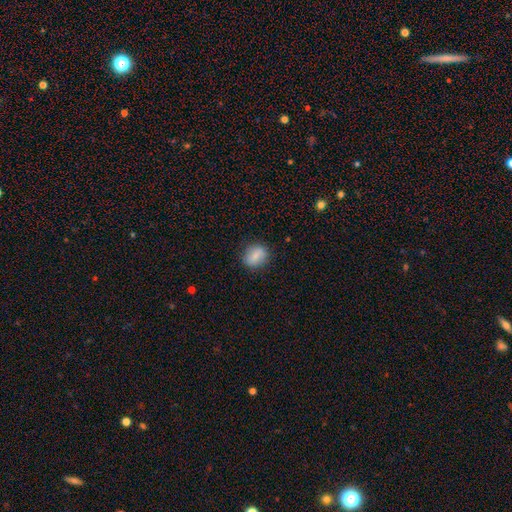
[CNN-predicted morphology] This appears to be a smooth galaxy with no disk features (76%) that is round (59%). Merging: none (81%).